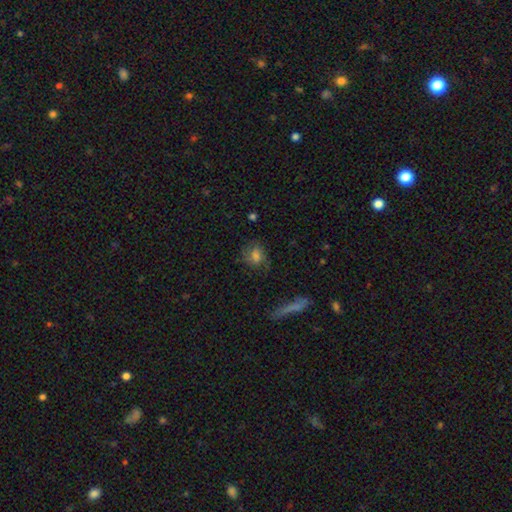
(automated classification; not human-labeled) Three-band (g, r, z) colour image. It shows a smooth galaxy with no disk features (54%) that is in between round and cigar-shaped (50%). Merging: none (64%).